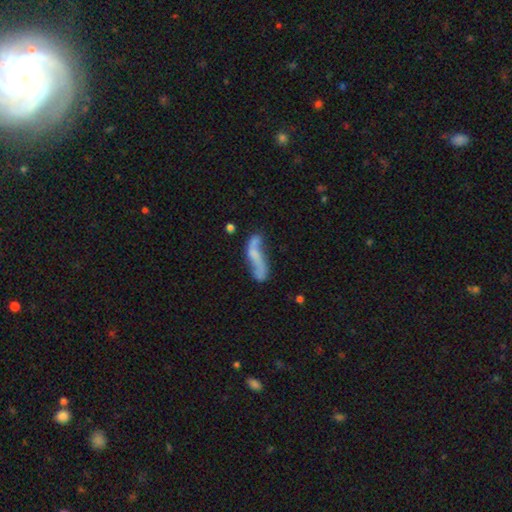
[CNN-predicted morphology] Smooth or featured? Predicted: featured or disk (p=0.60). Edge-on disk? Predicted: no (p=0.81). Merging? Predicted: none (p=0.42).